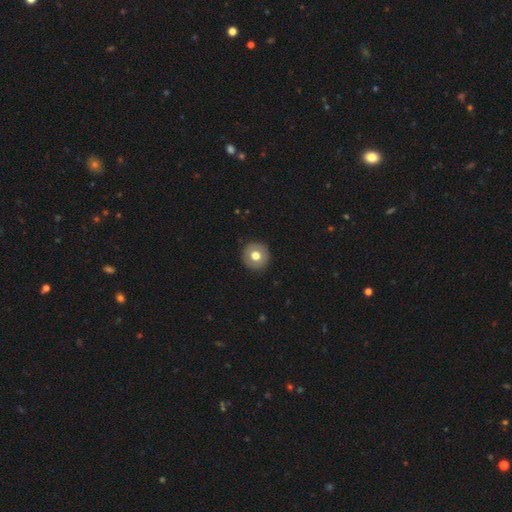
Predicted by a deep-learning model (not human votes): Smooth or featured? Predicted: smooth (p=0.70). How rounded? Predicted: round (p=0.95). Merging? Predicted: none (p=0.92).